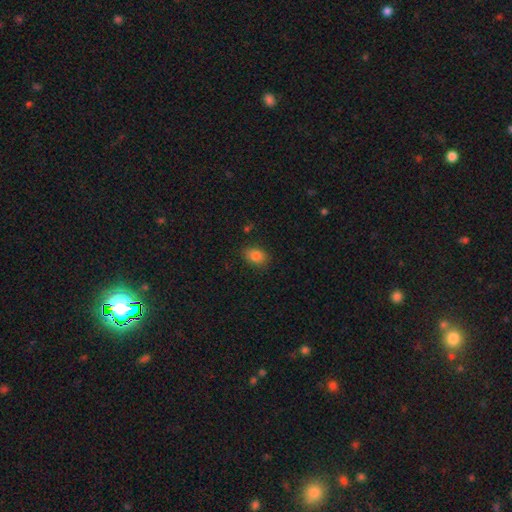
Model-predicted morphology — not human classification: The model was most divided on "how rounded": in between: 74%, round: 25%, cigar-shaped: 1%. More confident: smooth or featured — smooth (85%); merging — none (80%).